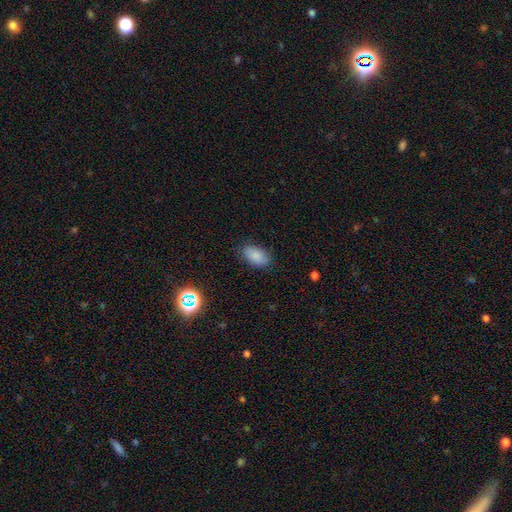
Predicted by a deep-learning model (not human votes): A smooth galaxy with no disk features (85%) that is in between round and cigar-shaped (92%). Merging: none (84%).